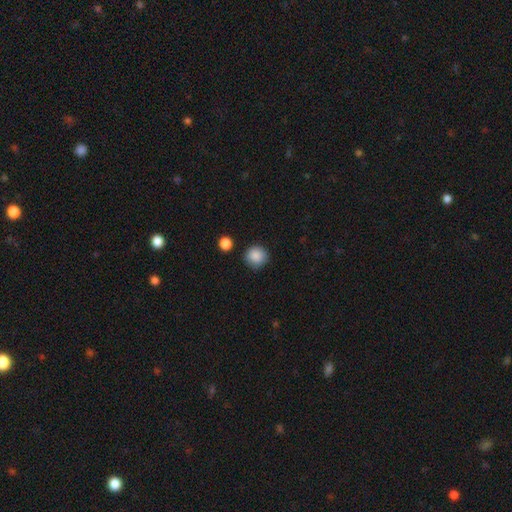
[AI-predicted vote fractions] Smooth or featured? smooth (88%)
How rounded? round (91%)
Merging? none (85%)